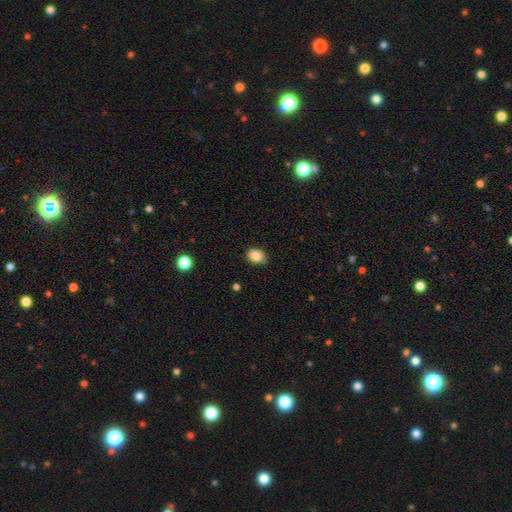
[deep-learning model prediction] Morphology: type=smooth (86%); roundness=in between (59%); merging=none (80%).